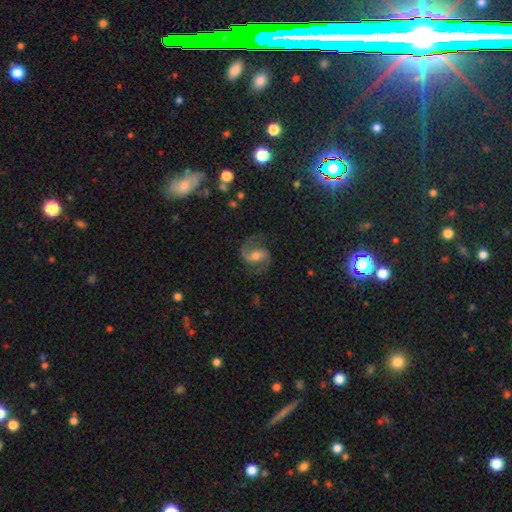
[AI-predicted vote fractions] smooth-or-featured: featured or disk: 86% | star or artifact: 7% | smooth: 7%
  disk-edge-on: no: 98% | yes: 2%
    bar: weak: 47% | strong: 28% | no: 26%
    has-spiral-arms: yes: 97% | no: 3%
      spiral-winding: medium: 56% | loose: 31% | tight: 13%
      spiral-arm-count: 2: 93% | can't tell: 2% | 1: 2% | 3: 1% | 4: 1% | more than 4: 1%
    bulge-size: moderate: 61% | small: 28% | large: 6% | none: 3% | dominant: 1%
  merging: none: 79% | minor disturbance: 13% | major disturbance: 7% | merger: 1%